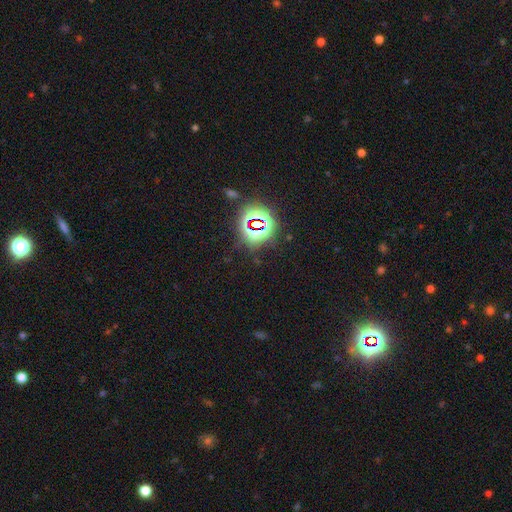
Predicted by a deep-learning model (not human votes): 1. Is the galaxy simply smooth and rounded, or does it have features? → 80% star or artifact, 13% smooth, 7% featured or disk.